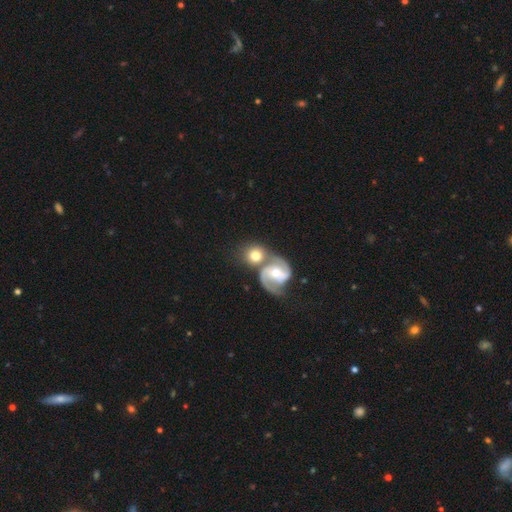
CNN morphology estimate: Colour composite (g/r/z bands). It shows a featured or disk galaxy (54%) with a weak bar (42%), spiral arms (90%) and a moderate central bulge (60%). Merging: merger (45%).